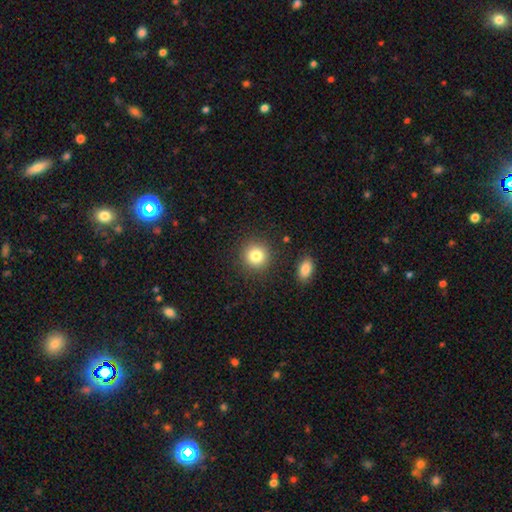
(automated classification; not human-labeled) smooth-or-featured: smooth: 82% | star or artifact: 11% | featured or disk: 7%
  how-rounded: round: 91% | in between: 9% | cigar-shaped: 1%
  merging: none: 87% | minor disturbance: 7% | merger: 3% | major disturbance: 3%